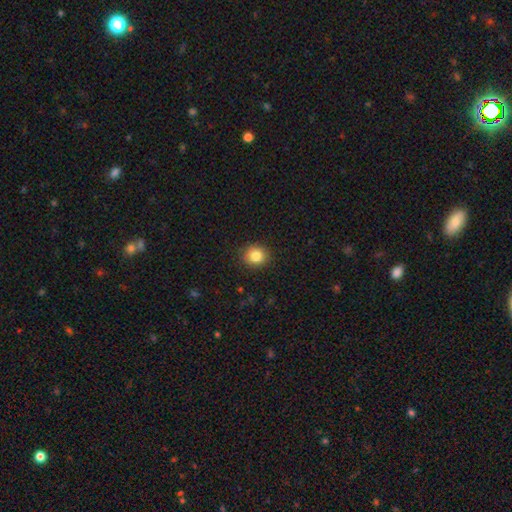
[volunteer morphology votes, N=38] type=smooth (89%); roundness=round (85%); merging=none (92%).